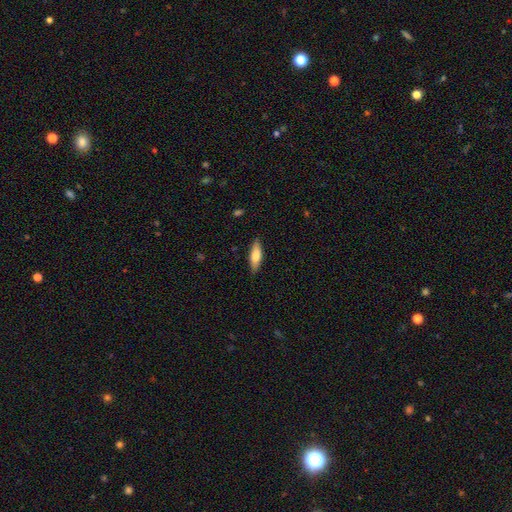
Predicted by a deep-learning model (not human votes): Smooth or featured? Predicted: smooth (p=0.72). How rounded? Predicted: cigar-shaped (p=0.51). Merging? Predicted: none (p=0.85).